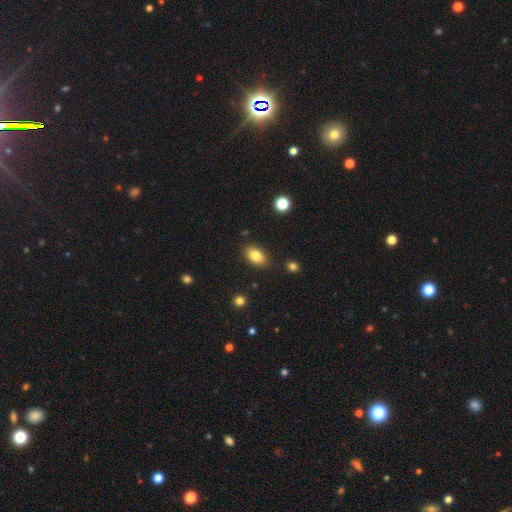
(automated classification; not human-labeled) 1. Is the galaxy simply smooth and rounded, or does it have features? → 83% smooth, 8% star or artifact, 8% featured or disk.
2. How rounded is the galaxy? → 89% in between, 9% round, 2% cigar-shaped.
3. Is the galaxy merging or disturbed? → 86% none, 10% minor disturbance, 2% major disturbance, 2% merger.